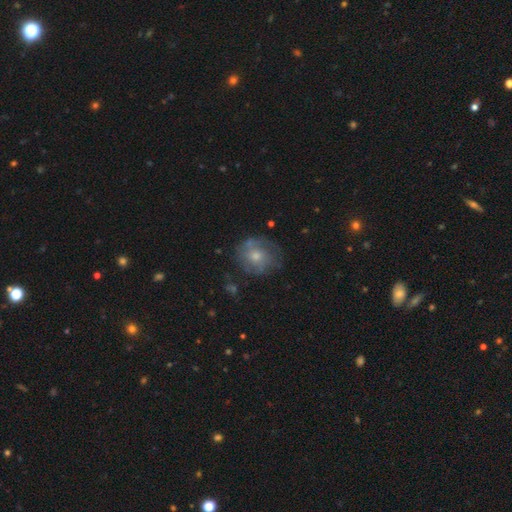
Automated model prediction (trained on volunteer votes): smooth_or_featured: featured or disk (p=0.51) [alt: smooth p=0.35]
disk_edge_on: no (p=0.96) [alt: yes p=0.04]
merging: none (p=0.70) [alt: minor disturbance p=0.19]